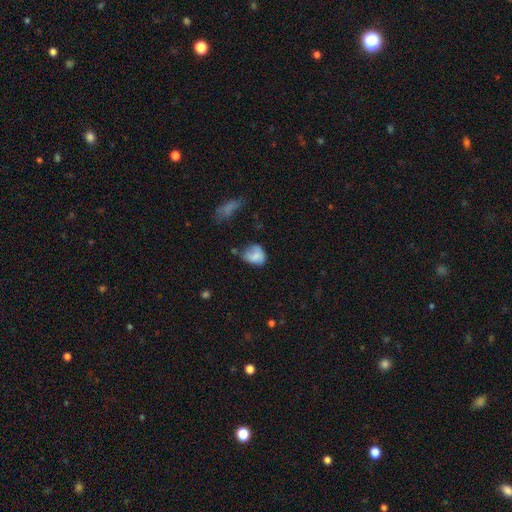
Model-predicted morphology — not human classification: A smooth galaxy with no disk features (73%) that is in between round and cigar-shaped (51%). Merging: none (41%).